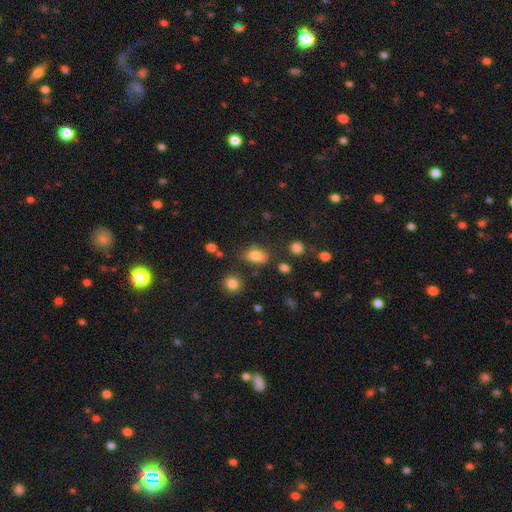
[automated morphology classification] Overall: smooth (79%). How rounded: in between (80%). Merging: none (64%).